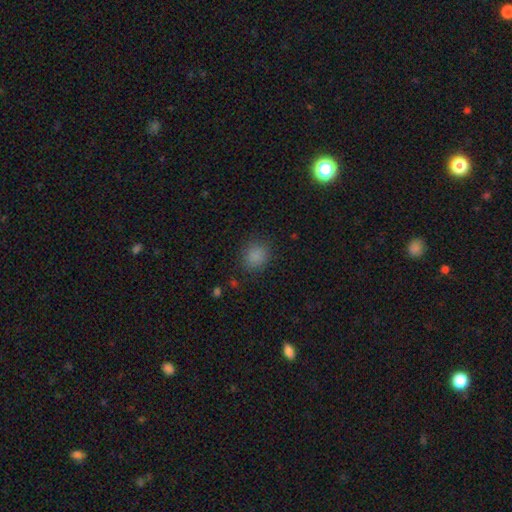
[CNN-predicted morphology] smooth_or_featured: smooth (p=0.83) [alt: star or artifact p=0.13]
how_rounded: round (p=0.75) [alt: in between p=0.25]
merging: none (p=0.84) [alt: minor disturbance p=0.11]